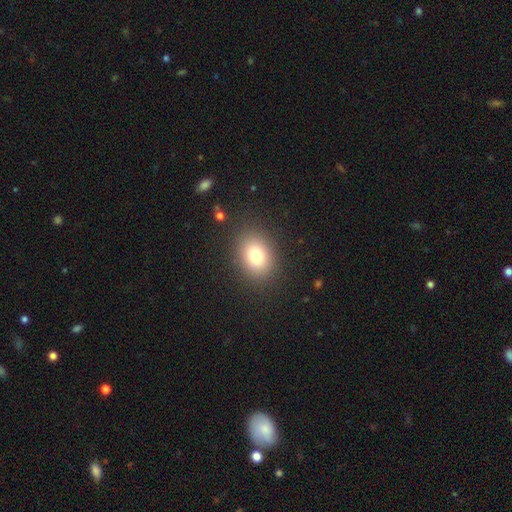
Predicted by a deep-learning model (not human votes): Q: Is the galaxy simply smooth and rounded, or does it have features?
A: smooth — 81%.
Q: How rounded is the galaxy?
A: in between — 70%.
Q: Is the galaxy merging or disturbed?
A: none — 87%.